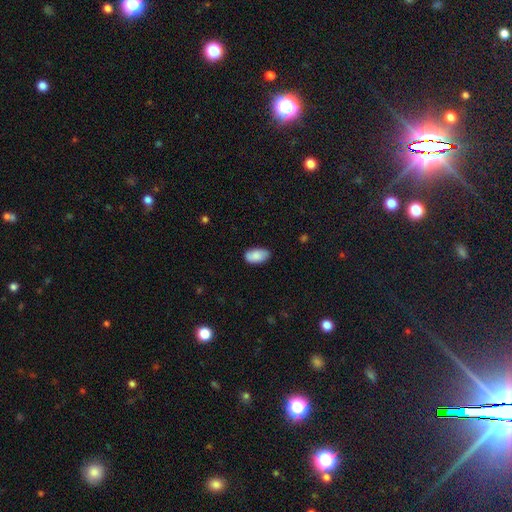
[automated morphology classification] type=smooth (86%); roundness=in between (95%); merging=none (82%).